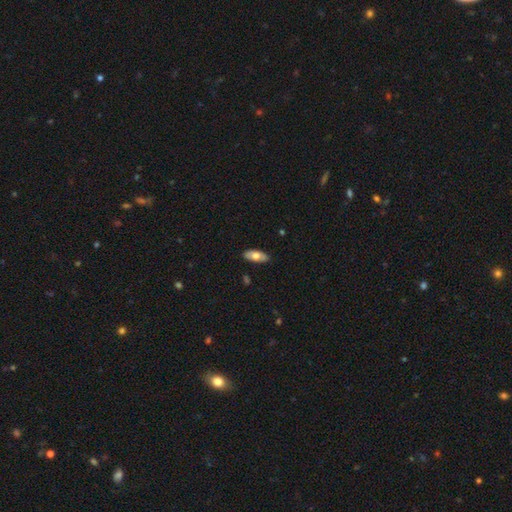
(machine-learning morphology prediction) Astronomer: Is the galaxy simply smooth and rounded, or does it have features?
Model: smooth — 68%.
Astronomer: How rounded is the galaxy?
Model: in between — 85%.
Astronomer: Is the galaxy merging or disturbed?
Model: none — 87%.